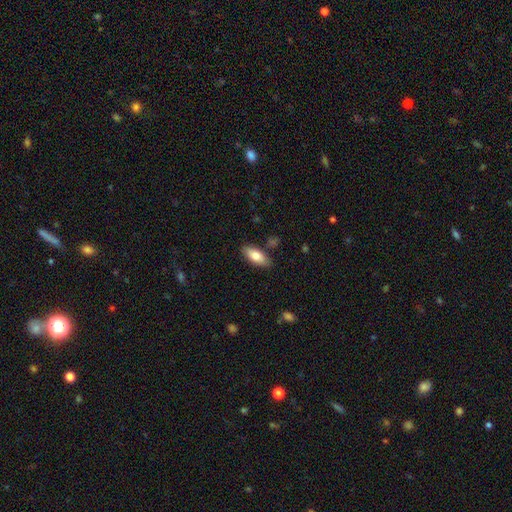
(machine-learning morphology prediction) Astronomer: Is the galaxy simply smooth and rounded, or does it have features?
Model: smooth — 78%.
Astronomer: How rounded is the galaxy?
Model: in between — 84%.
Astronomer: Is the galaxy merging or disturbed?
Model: none — 85%.